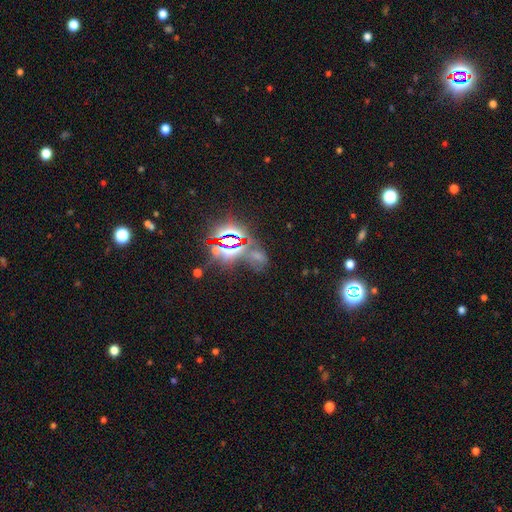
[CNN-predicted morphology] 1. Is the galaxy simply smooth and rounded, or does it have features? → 62% star or artifact, 26% smooth, 12% featured or disk.